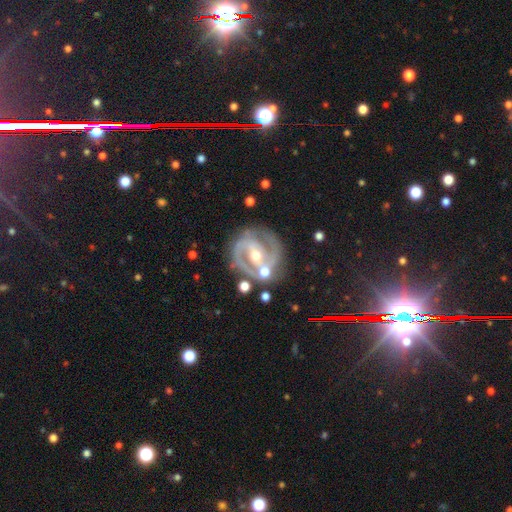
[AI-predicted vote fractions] Morphology: type=featured or disk (87%); edge-on=no (97%); bar=strong (44%); spiral arms=yes (93%); winding=tight (46%); arm count=2 (84%); bulge=moderate (60%); merging=none (73%).